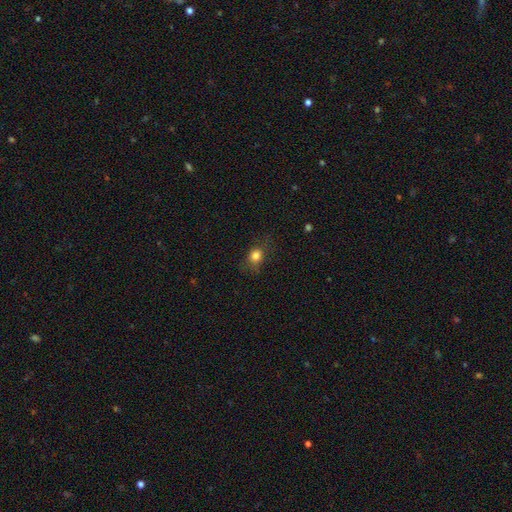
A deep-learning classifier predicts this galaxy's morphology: smooth 79%, star or artifact 13%, featured or disk 8%. Down the decision tree: how rounded — round (59%); merging — none (70%).